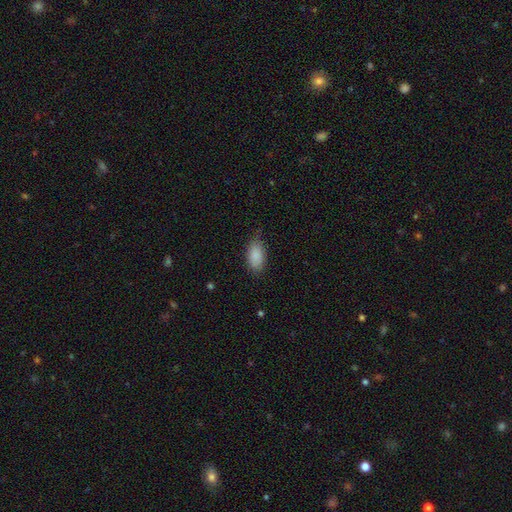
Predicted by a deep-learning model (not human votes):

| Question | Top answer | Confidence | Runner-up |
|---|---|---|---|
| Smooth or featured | smooth | 88% | star or artifact (7%) |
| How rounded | in between | 92% | cigar-shaped (5%) |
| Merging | none | 74% | minor disturbance (21%) |